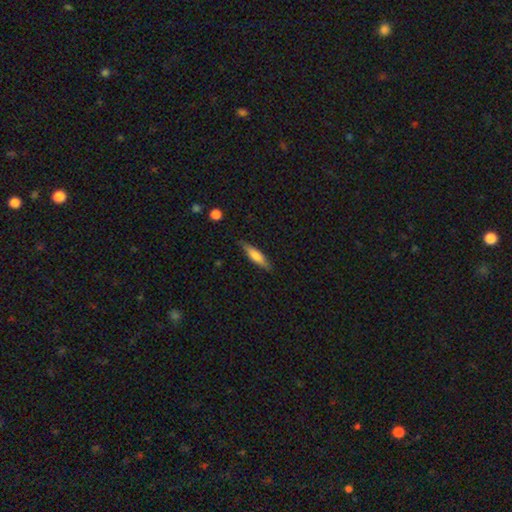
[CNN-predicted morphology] type=smooth (69%); roundness=cigar-shaped (72%); merging=none (83%).